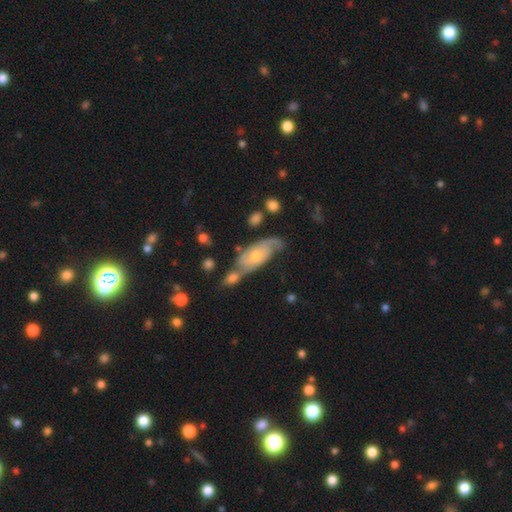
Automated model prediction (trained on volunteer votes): Smooth or featured? Predicted: featured or disk (p=0.72). Edge-on disk? Predicted: no (p=0.90). Bar? Predicted: no (p=0.68). Spiral arms? Predicted: yes (p=0.90). Spiral winding? Predicted: medium (p=0.41). Spiral arm count? Predicted: 2 (p=0.62). Bulge size? Predicted: moderate (p=0.48). Merging? Predicted: none (p=0.48).